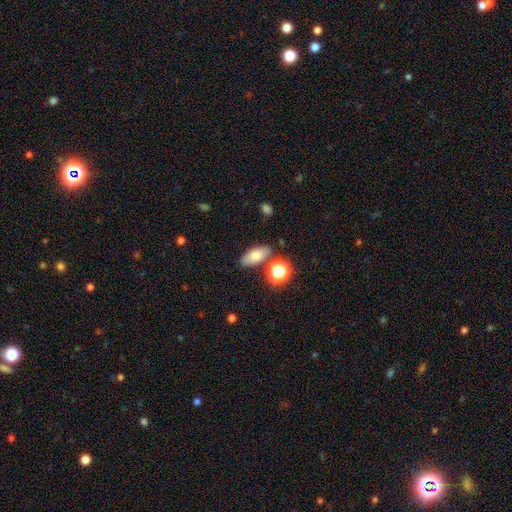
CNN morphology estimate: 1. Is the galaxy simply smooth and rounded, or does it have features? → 71% smooth, 18% featured or disk, 11% star or artifact.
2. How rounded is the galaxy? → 80% in between, 10% cigar-shaped, 9% round.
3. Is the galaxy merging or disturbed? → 78% none, 12% minor disturbance, 7% merger, 3% major disturbance.